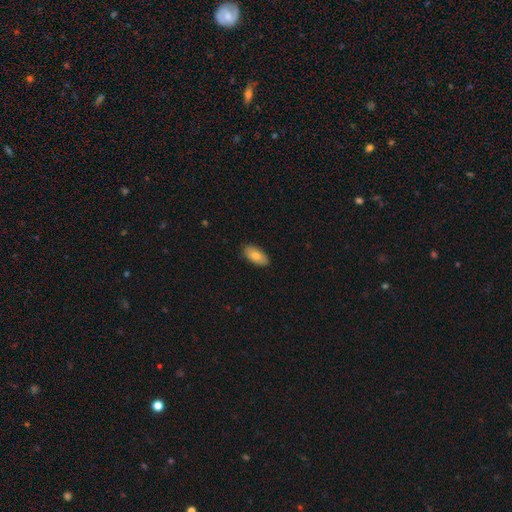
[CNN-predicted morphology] Smooth or featured: smooth — 80% (featured or disk — 14%)
How rounded: in between — 93% (cigar-shaped — 4%)
Merging: none — 87% (minor disturbance — 10%)